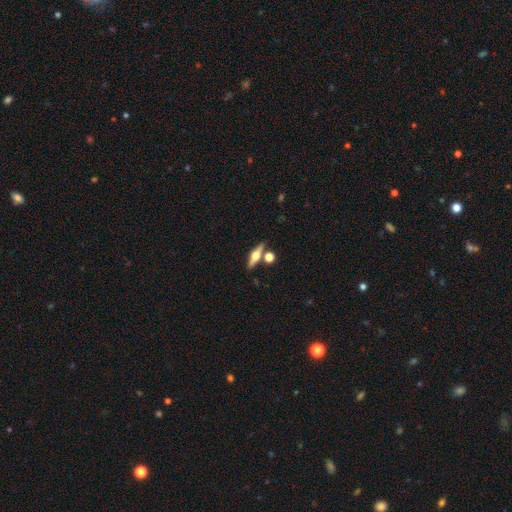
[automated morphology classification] featured or disk 67%, smooth 26%, star or artifact 7%. Down the decision tree: edge-on disk — yes (95%); edge-on bulge — rounded (95%); merging — none (75%).